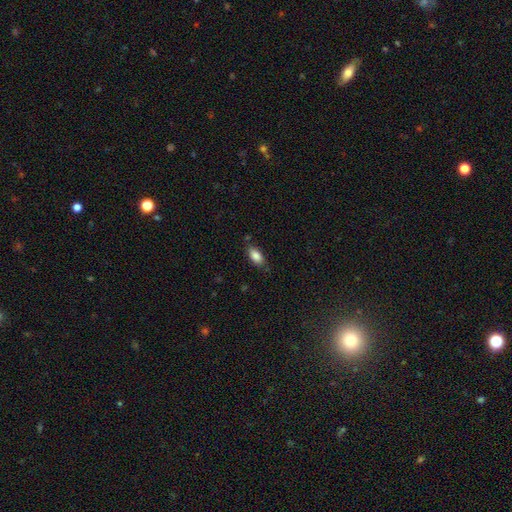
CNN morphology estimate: smooth 86%, star or artifact 8%, featured or disk 7%. Down the decision tree: how rounded — in between (90%); merging — none (79%).